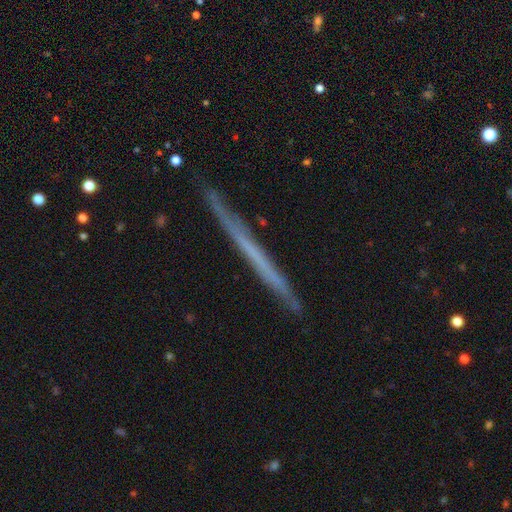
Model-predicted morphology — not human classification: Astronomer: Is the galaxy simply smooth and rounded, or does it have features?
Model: featured or disk — 55% (runner-up: smooth, 39%).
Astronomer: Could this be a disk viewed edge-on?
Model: yes — 97%.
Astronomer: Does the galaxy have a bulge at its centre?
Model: none — 95%.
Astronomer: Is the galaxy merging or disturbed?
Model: none — 88%.